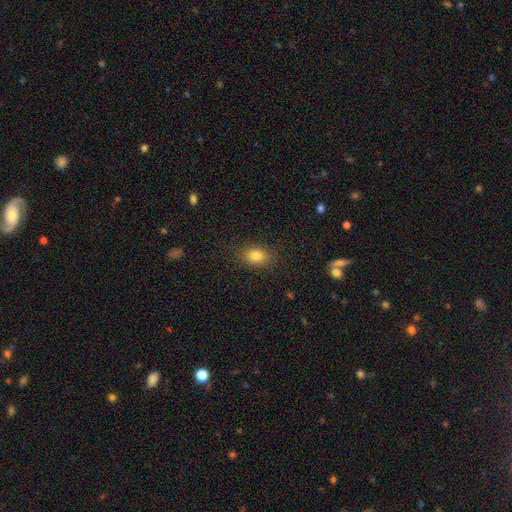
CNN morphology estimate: A smooth galaxy with no disk features (82%) that is in between round and cigar-shaped (75%). Merging: none (85%).